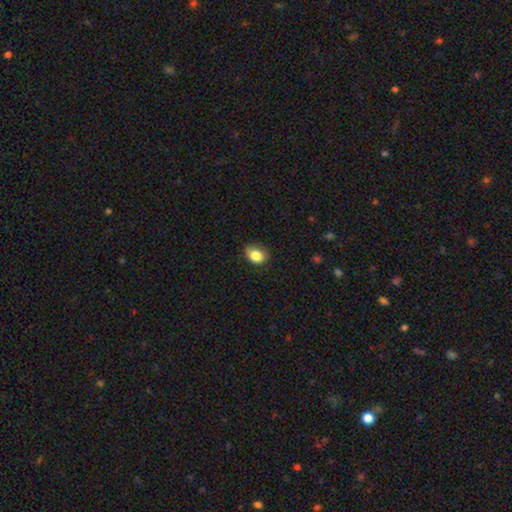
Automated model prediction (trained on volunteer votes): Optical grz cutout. It shows a smooth galaxy with no disk features (85%) that is in between round and cigar-shaped (62%). Merging: none (73%).